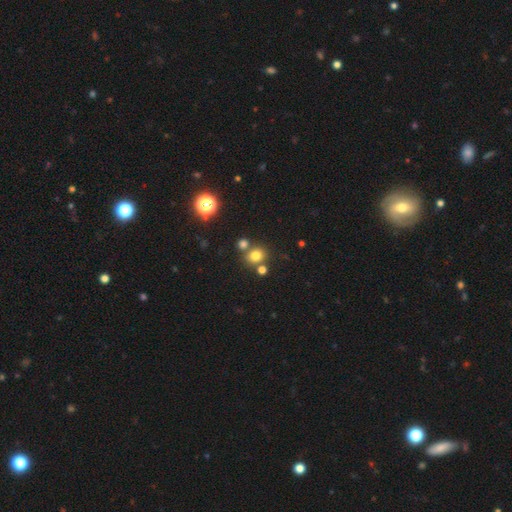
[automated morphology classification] Smooth or featured? smooth (76%)
How rounded? round (75%)
Merging? none (68%)